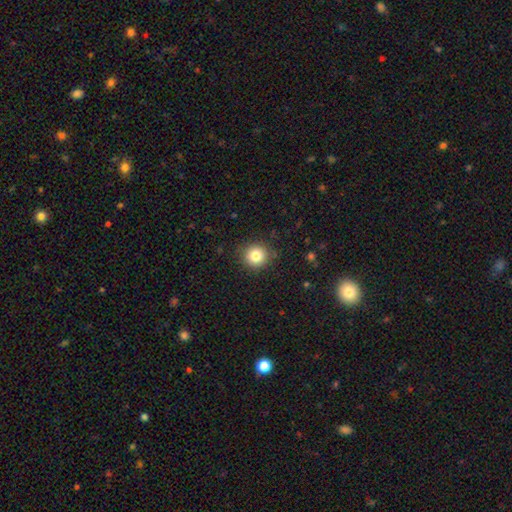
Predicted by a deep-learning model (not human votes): Smooth or featured?
  - smooth: 82% *
  - star or artifact: 11%
  - featured or disk: 7%
How rounded?
  - round: 93% *
  - in between: 6%
  - cigar-shaped: 1%
Merging?
  - none: 89% *
  - minor disturbance: 7%
  - major disturbance: 2%
  - merger: 1%